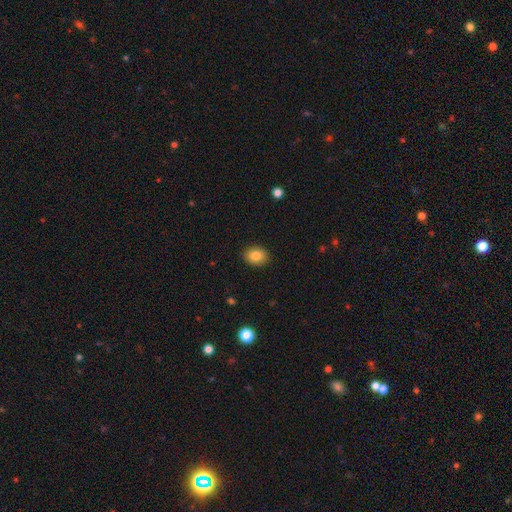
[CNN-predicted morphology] Smooth or featured? Predicted: smooth (p=0.85). How rounded? Predicted: in between (p=0.58). Merging? Predicted: none (p=0.89).